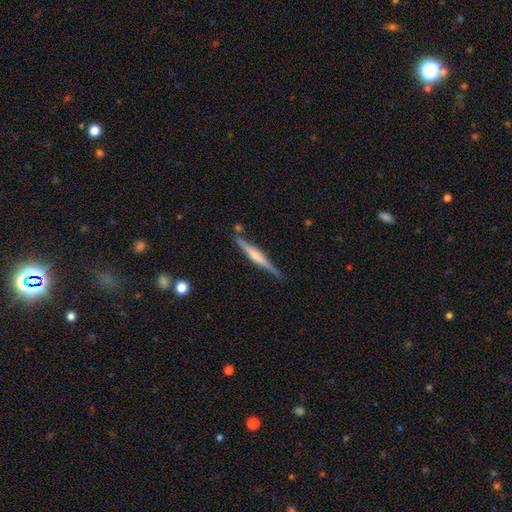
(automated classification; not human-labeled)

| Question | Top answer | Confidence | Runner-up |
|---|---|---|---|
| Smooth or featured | featured or disk | 66% | smooth (28%) |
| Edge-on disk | yes | 98% | no (2%) |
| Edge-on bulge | rounded | 57% | boxy (25%) |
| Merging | none | 83% | minor disturbance (11%) |